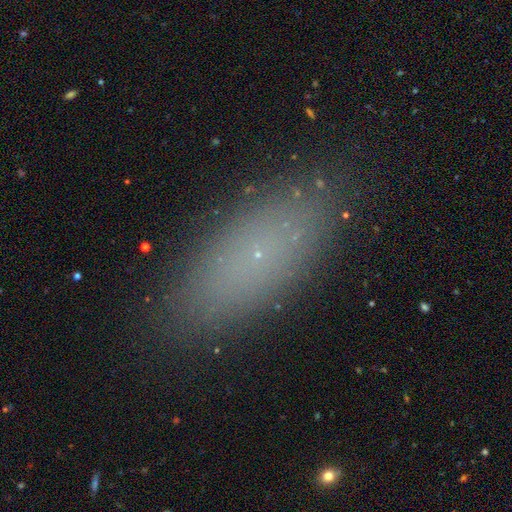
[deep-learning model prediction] smooth 66%, featured or disk 18%, star or artifact 16%. Down the decision tree: how rounded — in between (77%); merging — none (88%).